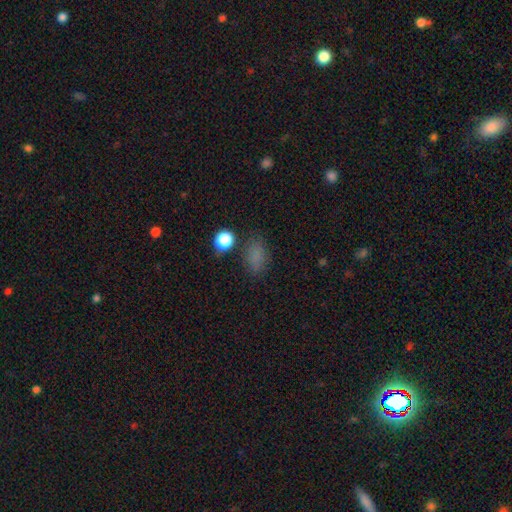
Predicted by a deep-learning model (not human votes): Q: Smooth or featured?
A: smooth (78%); runner-up: star or artifact (17%)
Q: How rounded?
A: in between (80%); runner-up: round (17%)
Q: Merging?
A: none (73%); runner-up: minor disturbance (17%)